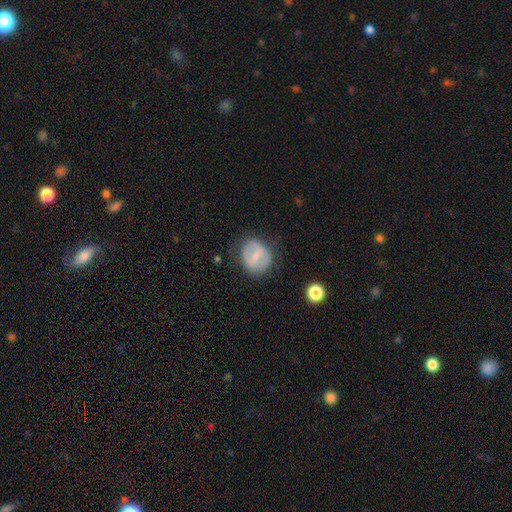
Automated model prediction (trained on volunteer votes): Morphology: type=featured or disk (50%); merging=none (71%).